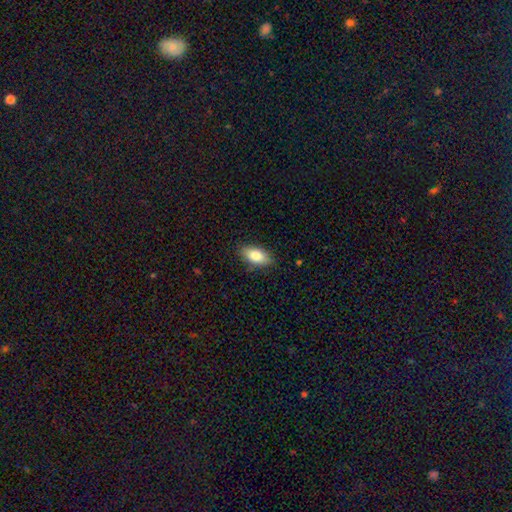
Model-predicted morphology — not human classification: Smooth or featured: smooth — 81% (featured or disk — 12%)
How rounded: in between — 89% (cigar-shaped — 6%)
Merging: none — 85% (minor disturbance — 12%)